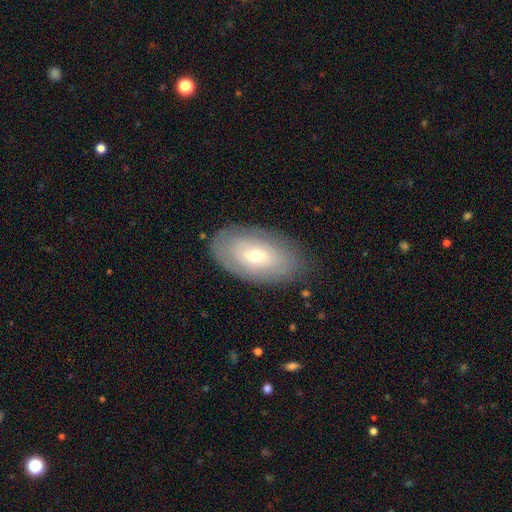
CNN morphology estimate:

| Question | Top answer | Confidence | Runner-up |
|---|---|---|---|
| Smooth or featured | featured or disk | 47% | smooth (46%) |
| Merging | none | 79% | minor disturbance (15%) |